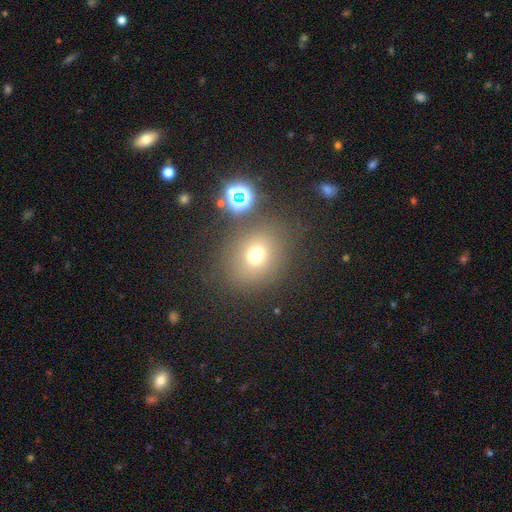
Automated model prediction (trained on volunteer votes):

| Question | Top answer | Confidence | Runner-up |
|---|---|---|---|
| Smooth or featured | smooth | 66% | star or artifact (21%) |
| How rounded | round | 66% | in between (33%) |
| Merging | none | 65% | merger (15%) |